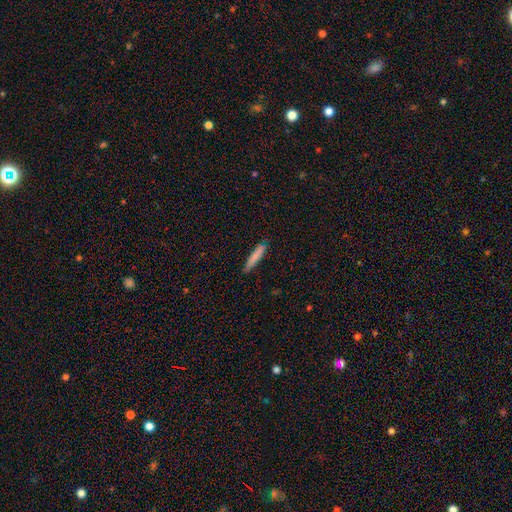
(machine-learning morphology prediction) type=smooth (80%); roundness=cigar-shaped (92%); merging=none (84%).